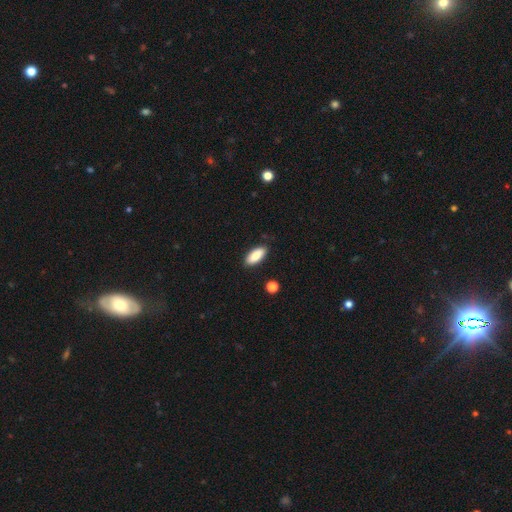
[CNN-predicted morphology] A smooth galaxy with no disk features (85%) that is in between round and cigar-shaped (85%).

Vote fractions:
- Smooth or featured? smooth: 85% / featured or disk: 9% / star or artifact: 6%
- How rounded? in between: 85% / cigar-shaped: 13% / round: 2%
- Merging? none: 87% / minor disturbance: 10% / major disturbance: 2% / merger: 2%